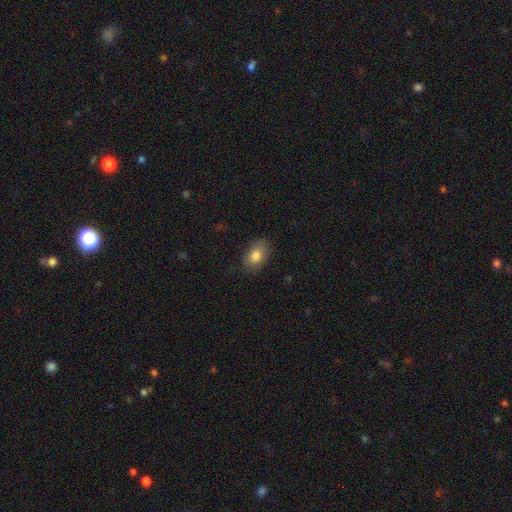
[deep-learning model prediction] Overall: smooth (84%). How rounded: in between (88%). Merging: none (81%).